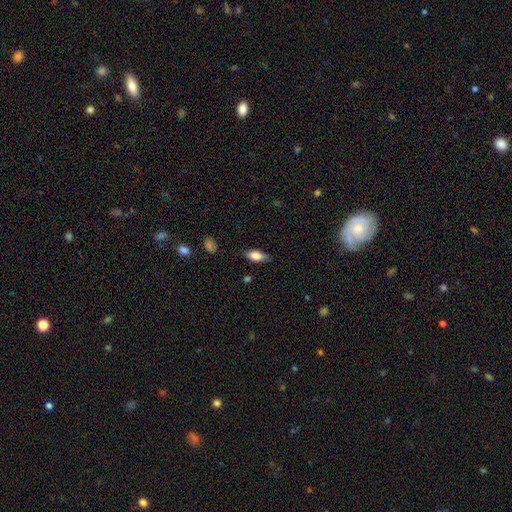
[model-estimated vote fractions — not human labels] A smooth galaxy with no disk features (71%) that is in between round and cigar-shaped (78%).

Vote fractions:
- Smooth or featured? smooth: 71% / featured or disk: 21% / star or artifact: 7%
- How rounded? in between: 78% / cigar-shaped: 18% / round: 3%
- Merging? none: 81% / minor disturbance: 15% / major disturbance: 3% / merger: 1%